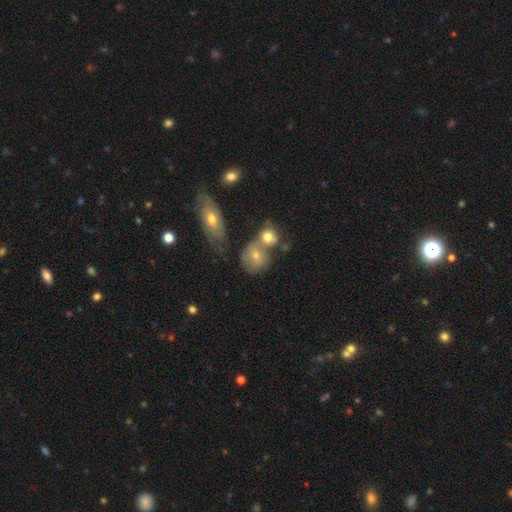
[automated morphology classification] smooth_or_featured: smooth (p=0.67) [alt: featured or disk p=0.23]
how_rounded: round (p=0.67) [alt: in between p=0.32]
merging: merger (p=0.48) [alt: none p=0.33]